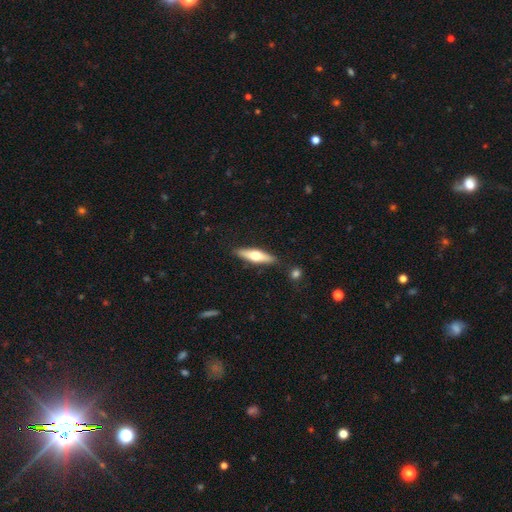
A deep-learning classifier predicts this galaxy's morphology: smooth_or_featured: smooth (p=0.48) [alt: featured or disk p=0.46]
merging: none (p=0.86) [alt: minor disturbance p=0.09]